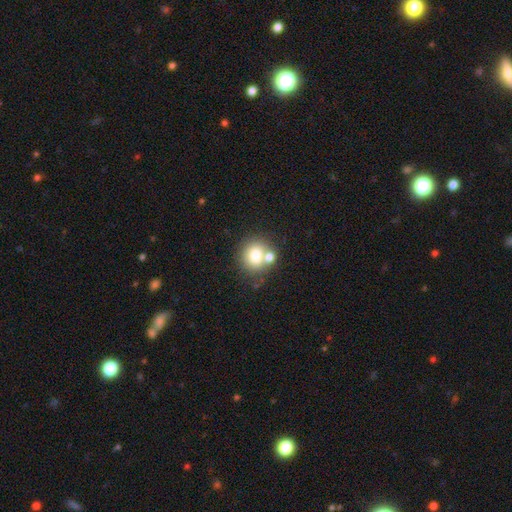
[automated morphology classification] Smooth or featured? Predicted: smooth (p=0.75). How rounded? Predicted: round (p=0.81). Merging? Predicted: none (p=0.56).